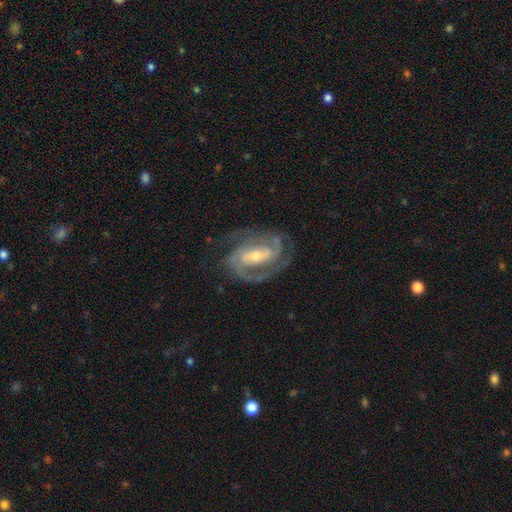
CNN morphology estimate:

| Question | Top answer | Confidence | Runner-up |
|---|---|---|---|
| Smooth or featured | featured or disk | 92% | star or artifact (4%) |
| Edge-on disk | no | 97% | yes (3%) |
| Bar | strong | 44% | weak (37%) |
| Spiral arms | yes | 98% | no (2%) |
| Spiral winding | tight | 49% | medium (44%) |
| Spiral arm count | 2 | 71% | 3 (16%) |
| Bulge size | moderate | 50% | small (45%) |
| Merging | none | 76% | minor disturbance (15%) |